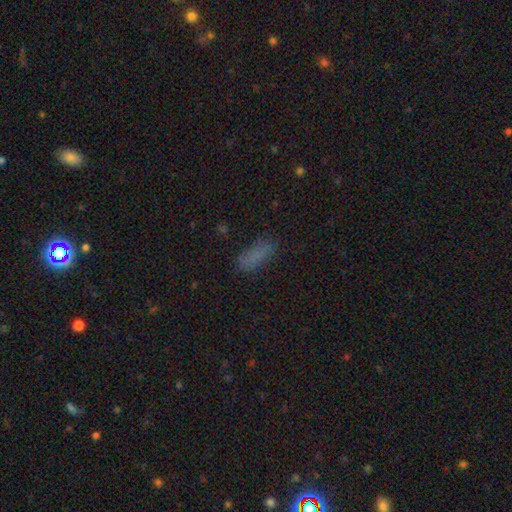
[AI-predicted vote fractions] Smooth or featured: smooth — 79% (star or artifact — 14%)
How rounded: in between — 59% (cigar-shaped — 38%)
Merging: none — 79% (minor disturbance — 15%)